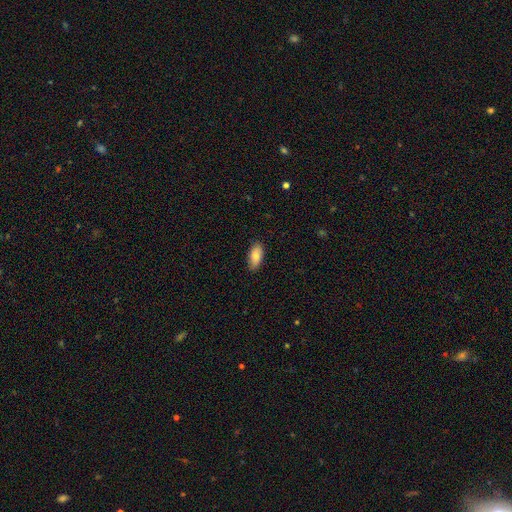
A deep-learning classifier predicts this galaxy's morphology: Smooth or featured: smooth — 85% (featured or disk — 9%)
How rounded: in between — 89% (cigar-shaped — 9%)
Merging: none — 84% (minor disturbance — 12%)